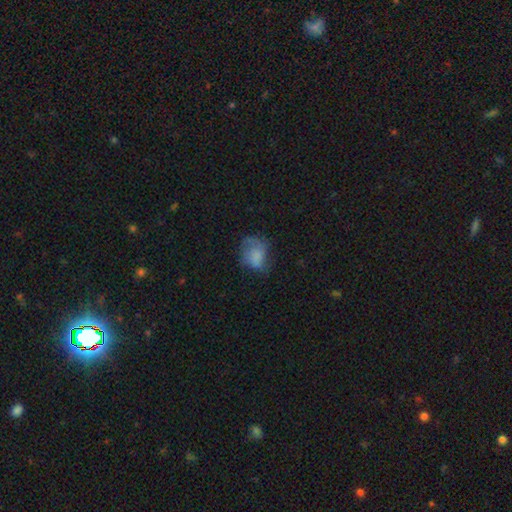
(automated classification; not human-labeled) A smooth galaxy with no disk features (60%) that is round (51%).

Vote fractions:
- Smooth or featured? smooth: 60% / featured or disk: 29% / star or artifact: 11%
- How rounded? round: 51% / in between: 47% / cigar-shaped: 1%
- Merging? none: 41% / major disturbance: 29% / minor disturbance: 28% / merger: 2%